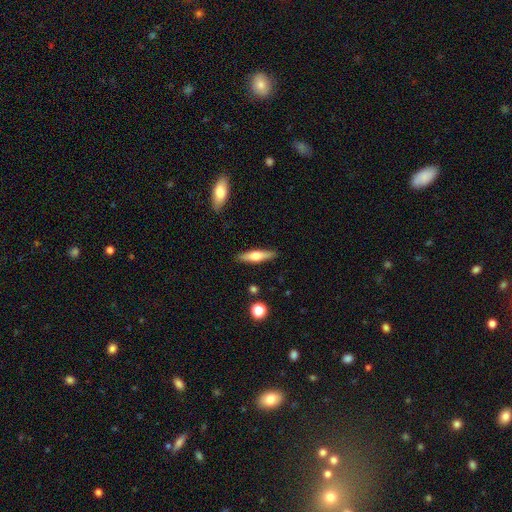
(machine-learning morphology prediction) The model was most divided on "smooth or featured": smooth: 51%, featured or disk: 44%, star or artifact: 6%. More confident: merging — none (88%); how rounded — cigar-shaped (73%).